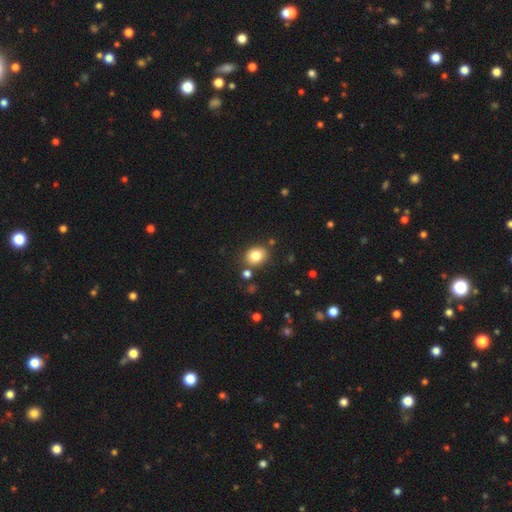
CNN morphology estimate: A smooth galaxy with no disk features (82%) that is round (52%). Merging: none (81%).